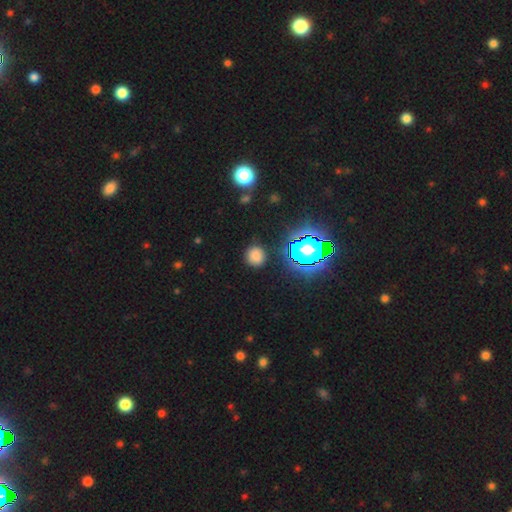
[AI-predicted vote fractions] Smooth or featured: smooth — 70% (star or artifact — 22%)
How rounded: round — 85% (in between — 14%)
Merging: none — 86% (minor disturbance — 9%)